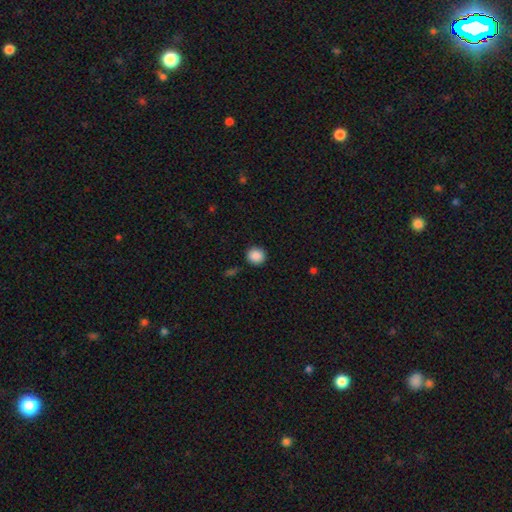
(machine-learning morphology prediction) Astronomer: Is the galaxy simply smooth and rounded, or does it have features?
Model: smooth — 88%.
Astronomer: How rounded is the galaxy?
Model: round — 88%.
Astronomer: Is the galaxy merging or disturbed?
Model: none — 88%.